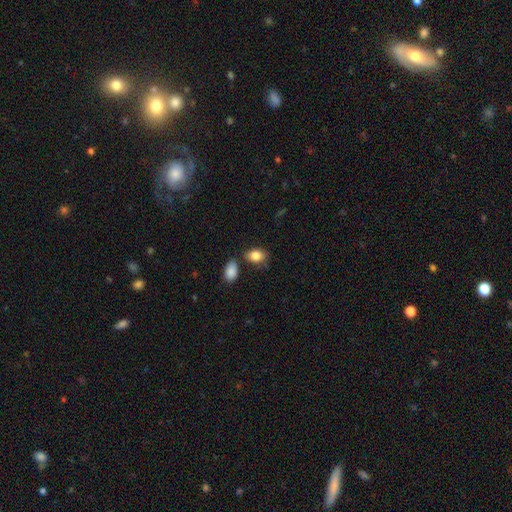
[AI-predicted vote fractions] A smooth galaxy with no disk features (85%) that is in between round and cigar-shaped (82%). Merging: none (65%).